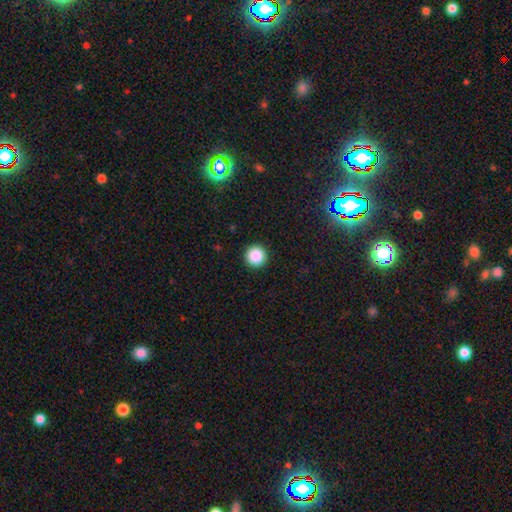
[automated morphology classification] type=smooth (87%); roundness=round (97%); merging=none (93%).